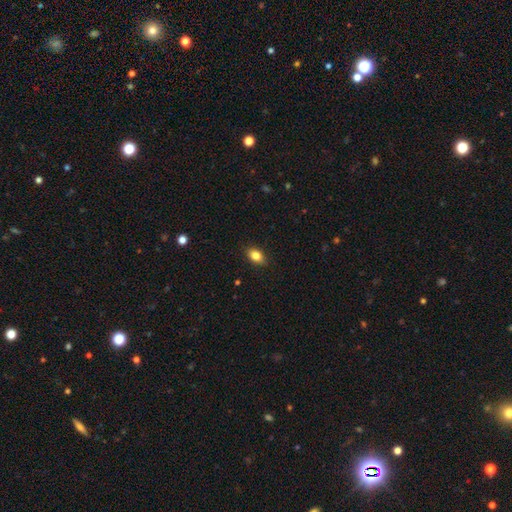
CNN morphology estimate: A smooth galaxy with no disk features (84%) that is in between round and cigar-shaped (82%).

Vote fractions:
- Smooth or featured? smooth: 84% / star or artifact: 9% / featured or disk: 7%
- How rounded? in between: 82% / round: 16% / cigar-shaped: 2%
- Merging? none: 87% / minor disturbance: 10% / major disturbance: 2% / merger: 1%